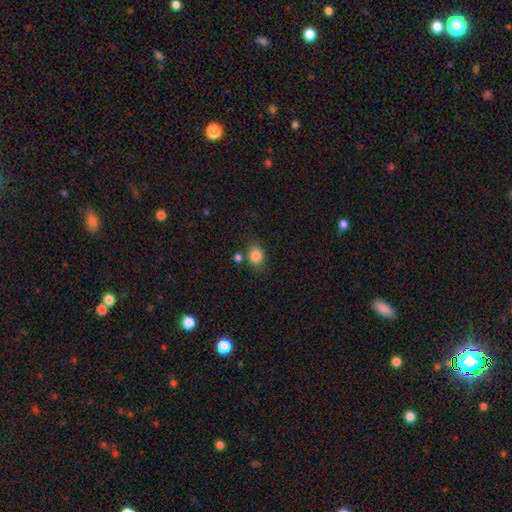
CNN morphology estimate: Smooth or featured? Predicted: smooth (p=0.84). How rounded? Predicted: in between (p=0.53). Merging? Predicted: none (p=0.73).